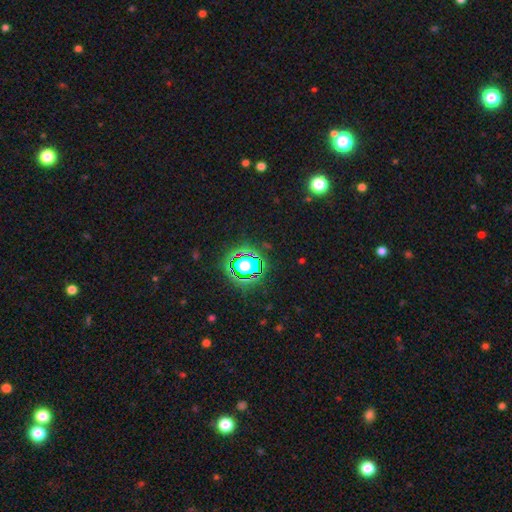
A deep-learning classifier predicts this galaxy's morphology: star or artifact 80%, smooth 13%, featured or disk 8%.